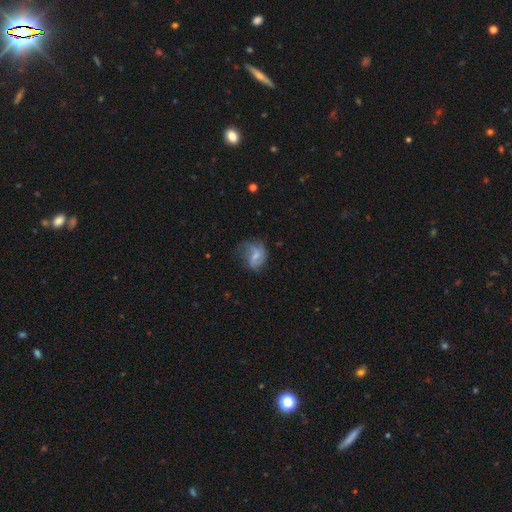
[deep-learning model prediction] Overall: featured or disk (50%; smooth 41%). Edge-on disk: no (97%). Merging: none (45%; minor disturbance 29%).